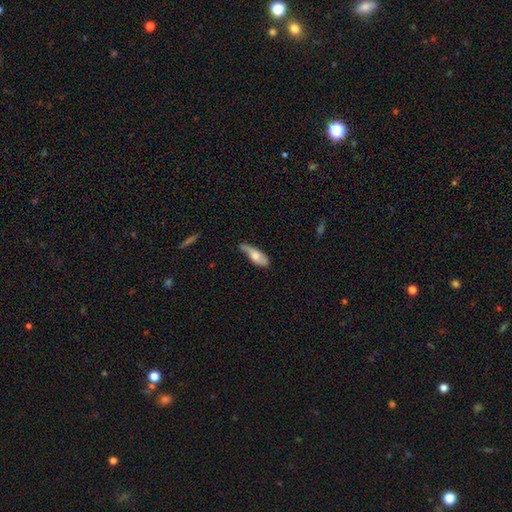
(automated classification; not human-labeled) This appears to be a smooth galaxy with no disk features (62%) that is in between round and cigar-shaped (64%). Merging: none (42%, tied with minor disturbance).